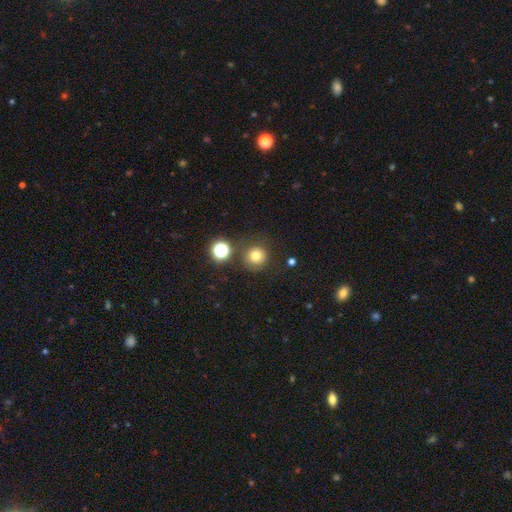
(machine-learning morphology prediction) smooth_or_featured: smooth (p=0.75) [alt: star or artifact p=0.16]
how_rounded: round (p=0.94) [alt: in between p=0.05]
merging: none (p=0.81) [alt: minor disturbance p=0.10]